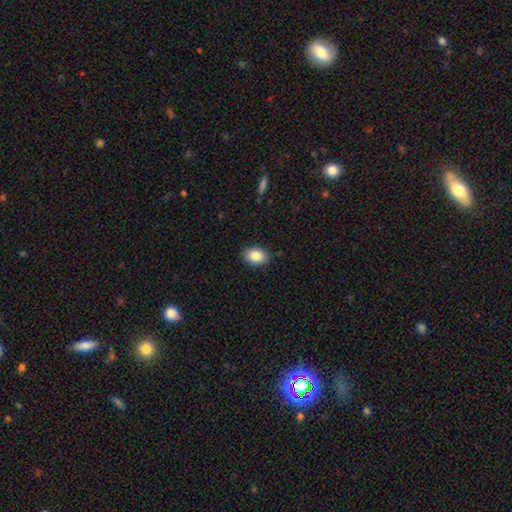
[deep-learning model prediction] The model was most divided on "how rounded": in between: 79%, round: 20%, cigar-shaped: 1%. More confident: merging — none (88%); smooth or featured — smooth (88%).